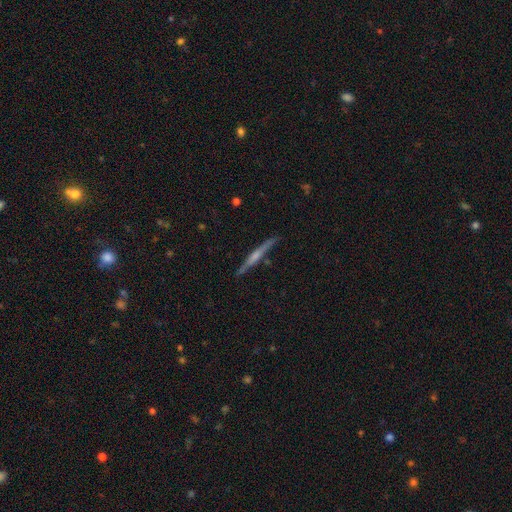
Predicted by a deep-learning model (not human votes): Smooth or featured? featured or disk (68%)
Edge-on disk? yes (98%)
Edge-on bulge? rounded (54%)
Merging? none (87%)